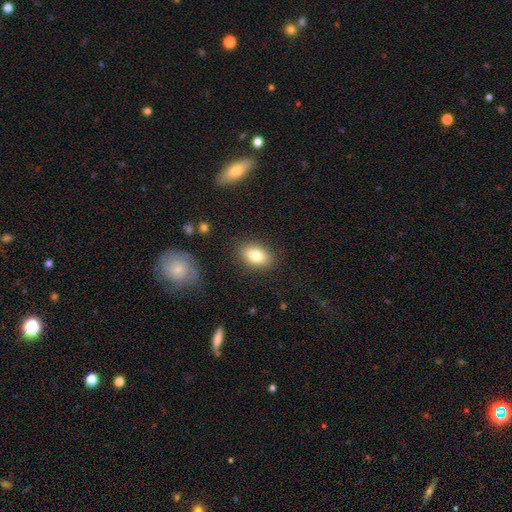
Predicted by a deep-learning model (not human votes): Smooth or featured?
  - smooth: 81% *
  - featured or disk: 11%
  - star or artifact: 8%
How rounded?
  - in between: 85% *
  - round: 13%
  - cigar-shaped: 2%
Merging?
  - none: 86% *
  - minor disturbance: 10%
  - major disturbance: 3%
  - merger: 1%